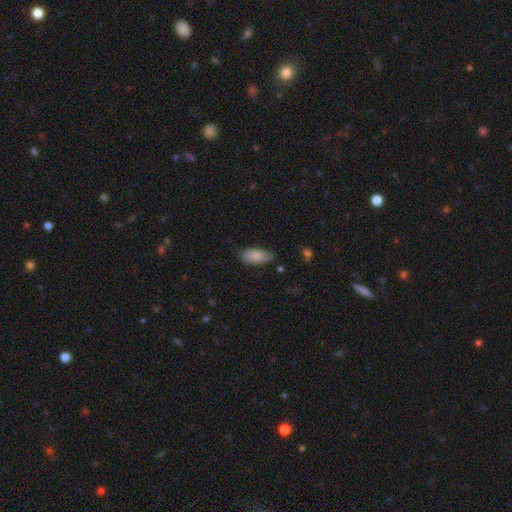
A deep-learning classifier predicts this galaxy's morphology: Smooth or featured? smooth (85%)
How rounded? in between (88%)
Merging? none (72%)